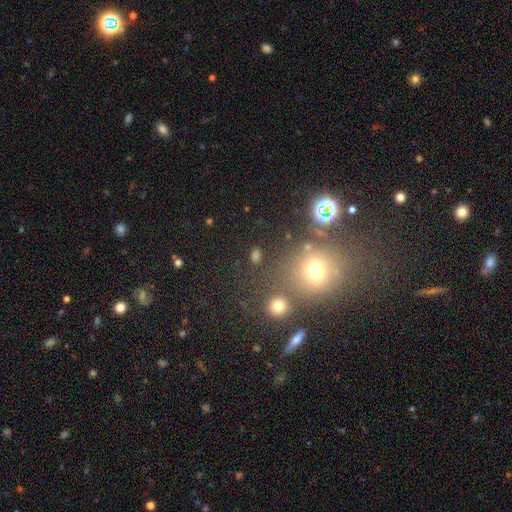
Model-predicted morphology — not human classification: A smooth galaxy with no disk features (60%) that is round (63%).

Vote fractions:
- Smooth or featured? smooth: 60% / star or artifact: 31% / featured or disk: 9%
- How rounded? round: 63% / in between: 33% / cigar-shaped: 4%
- Merging? none: 76% / minor disturbance: 10% / merger: 9% / major disturbance: 6%